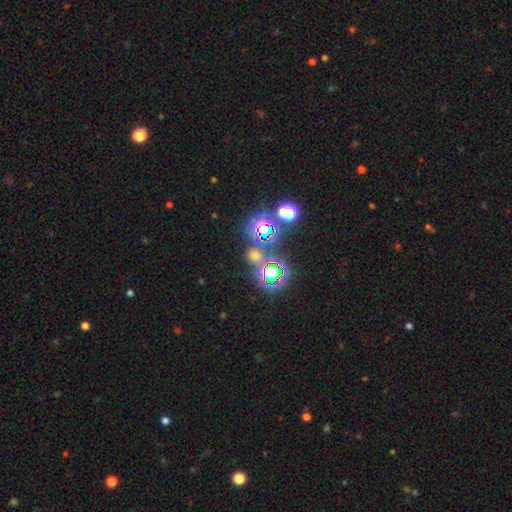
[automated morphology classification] A star or artifact, not a galaxy (55%).

Vote fractions:
- Smooth or featured? star or artifact: 55% / smooth: 37% / featured or disk: 8%